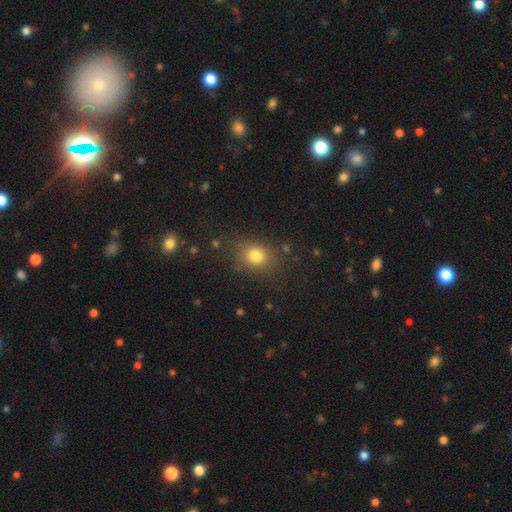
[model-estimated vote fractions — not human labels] A smooth galaxy with no disk features (79%) that is round (56%).

Vote fractions:
- Smooth or featured? smooth: 79% / star or artifact: 14% / featured or disk: 7%
- How rounded? round: 56% / in between: 43% / cigar-shaped: 1%
- Merging? none: 79% / minor disturbance: 13% / major disturbance: 6% / merger: 2%